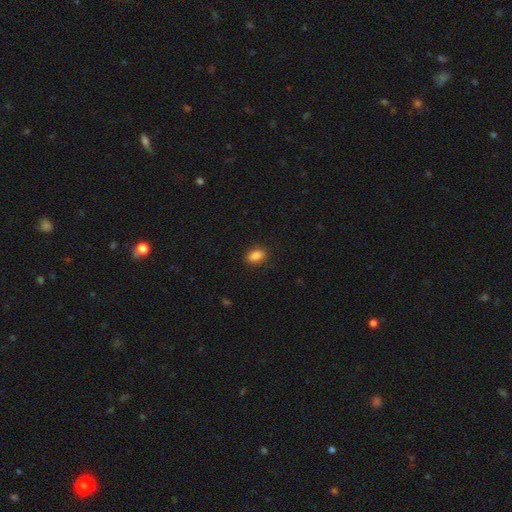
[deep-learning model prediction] Overall: smooth (88%). How rounded: in between (85%). Merging: none (87%).